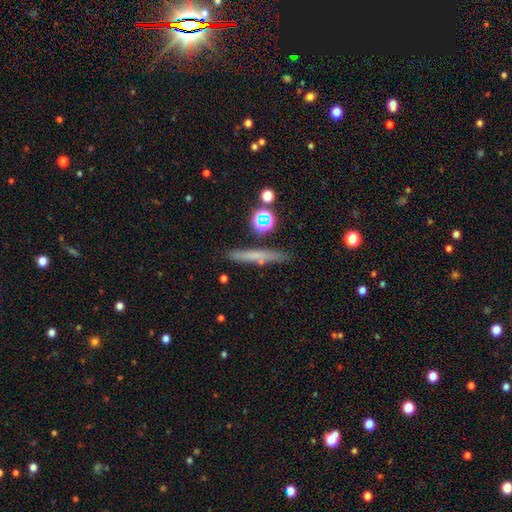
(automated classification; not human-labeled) This appears to be a smooth galaxy with no disk features (59%) that is cigar-shaped (90%). Merging: none (83%).